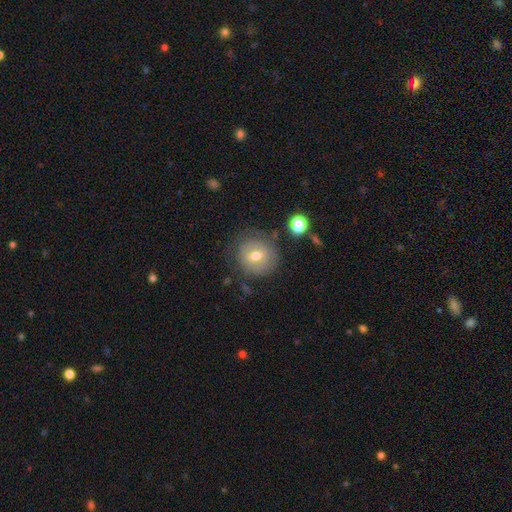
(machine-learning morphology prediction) type=smooth (53%); roundness=round (89%); merging=none (71%).